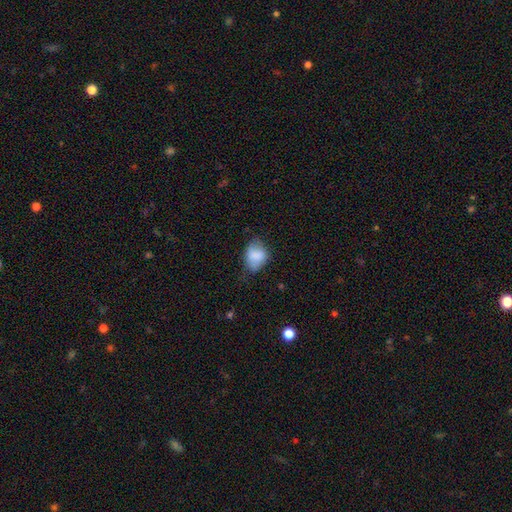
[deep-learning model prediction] smooth_or_featured: smooth (p=0.78) [alt: featured or disk p=0.14]
how_rounded: in between (p=0.70) [alt: round p=0.29]
merging: none (p=0.46) [alt: minor disturbance p=0.38]